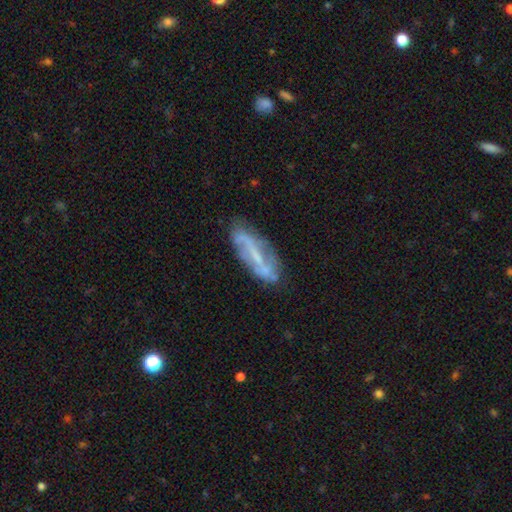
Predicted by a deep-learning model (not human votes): Q: Smooth or featured?
A: featured or disk (68%); runner-up: smooth (24%)
Q: Edge-on disk?
A: no (80%); runner-up: yes (20%)
Q: Bar?
A: strong (40%); runner-up: weak (34%)
Q: Spiral arms?
A: yes (62%); runner-up: no (38%)
Q: Bulge size?
A: small (46%); runner-up: none (31%)
Q: Merging?
A: none (67%); runner-up: minor disturbance (20%)